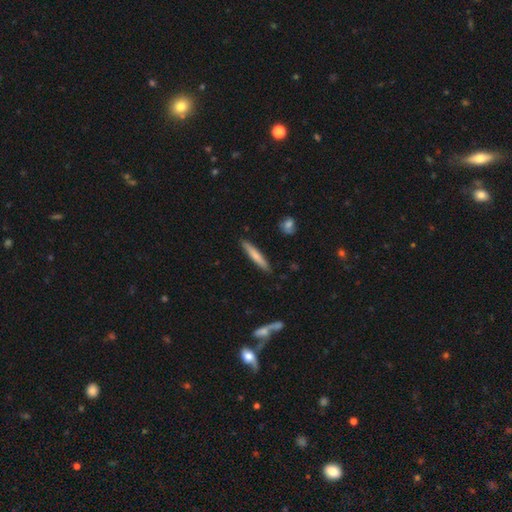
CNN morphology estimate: smooth_or_featured: smooth (p=0.71) [alt: featured or disk p=0.24]
how_rounded: cigar-shaped (p=0.92) [alt: in between p=0.06]
merging: none (p=0.89) [alt: minor disturbance p=0.08]